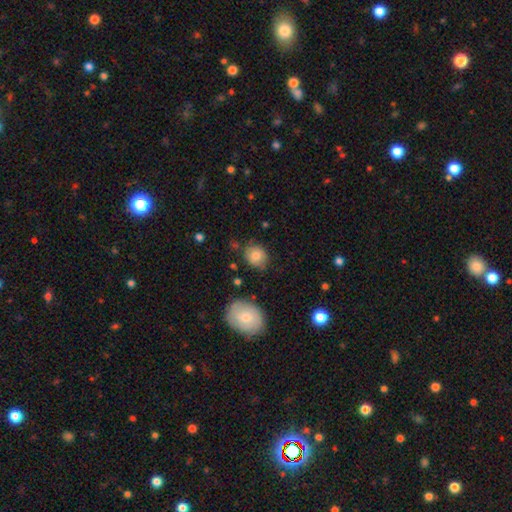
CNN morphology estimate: This appears to be a smooth galaxy with no disk features (78%) that is round (68%). Merging: none (74%).